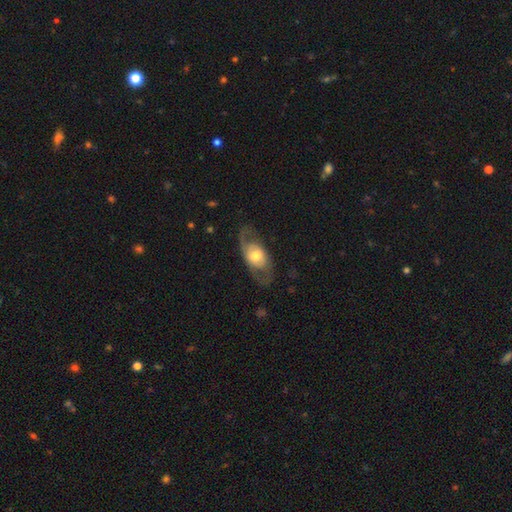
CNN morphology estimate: Q: Smooth or featured?
A: featured or disk (64%); runner-up: smooth (30%)
Q: Edge-on disk?
A: no (89%); runner-up: yes (11%)
Q: Bar?
A: no (75%); runner-up: weak (19%)
Q: Spiral arms?
A: yes (64%); runner-up: no (36%)
Q: Bulge size?
A: moderate (62%); runner-up: large (20%)
Q: Merging?
A: none (69%); runner-up: minor disturbance (16%)